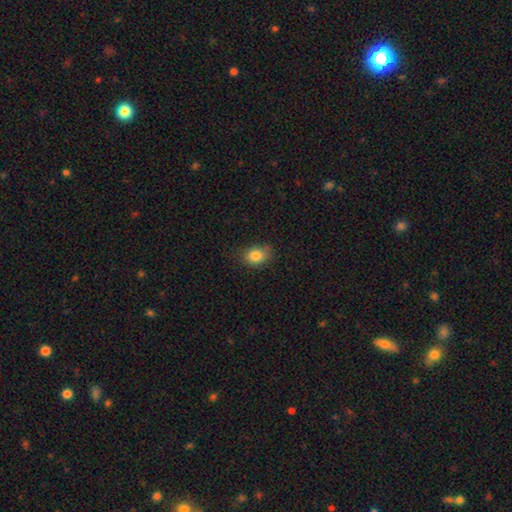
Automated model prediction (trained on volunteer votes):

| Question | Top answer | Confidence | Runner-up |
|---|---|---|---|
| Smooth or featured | smooth | 83% | star or artifact (10%) |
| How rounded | in between | 61% | round (37%) |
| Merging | none | 75% | minor disturbance (20%) |